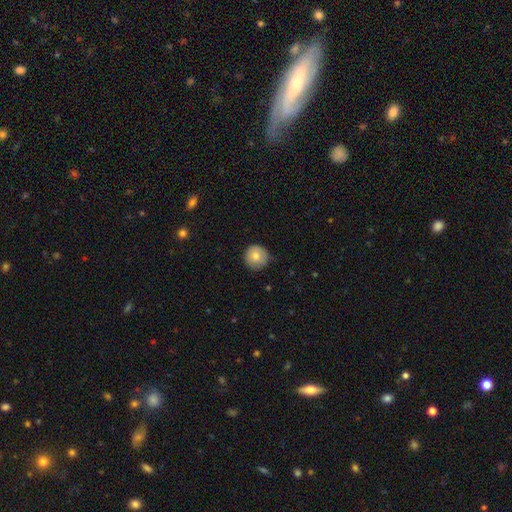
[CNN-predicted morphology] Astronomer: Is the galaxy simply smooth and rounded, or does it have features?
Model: smooth — 77%.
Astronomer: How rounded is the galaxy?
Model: round — 95%.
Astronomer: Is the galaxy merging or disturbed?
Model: none — 84%.